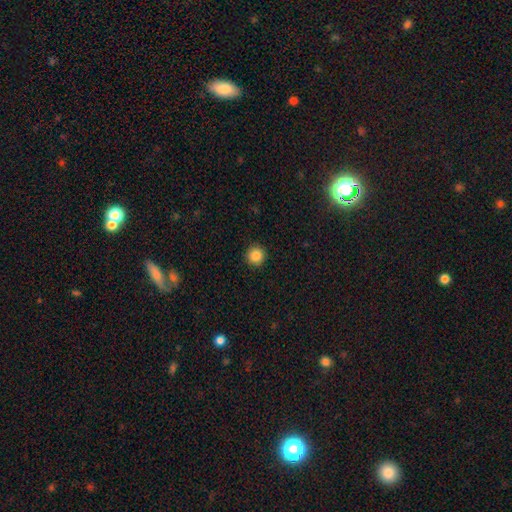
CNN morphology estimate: Smooth or featured? smooth (86%)
How rounded? round (95%)
Merging? none (92%)